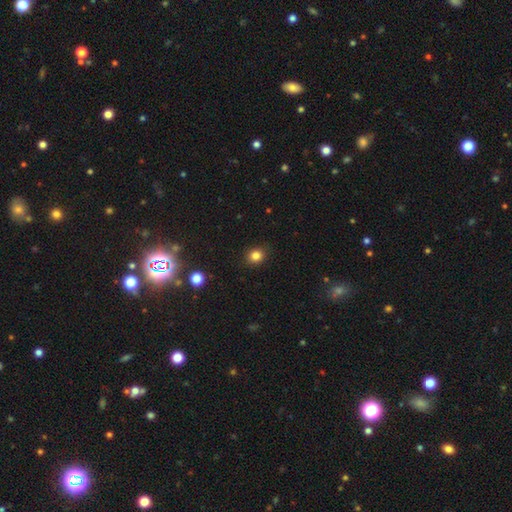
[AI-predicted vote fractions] A smooth galaxy with no disk features (83%) that is round (70%). Merging: none (88%).